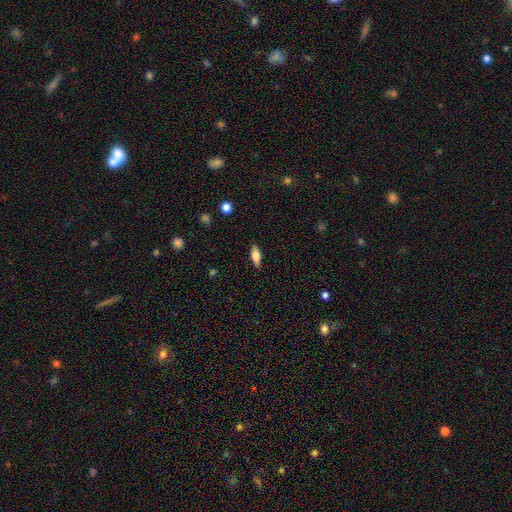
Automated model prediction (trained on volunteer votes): Overall: smooth (69%). How rounded: in between (72%). Merging: none (87%).